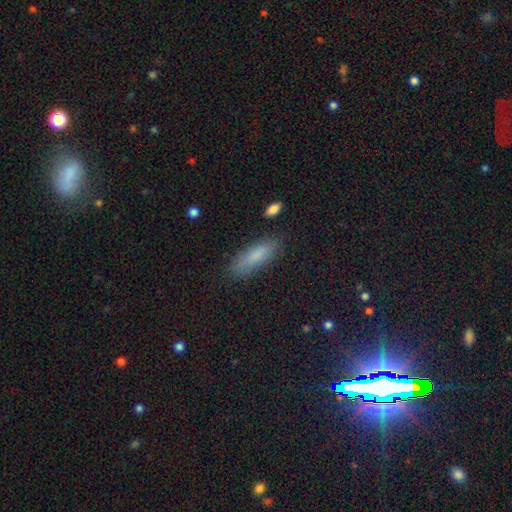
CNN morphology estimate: A smooth galaxy with no disk features (82%) that is in between round and cigar-shaped (52%). Merging: none (83%).